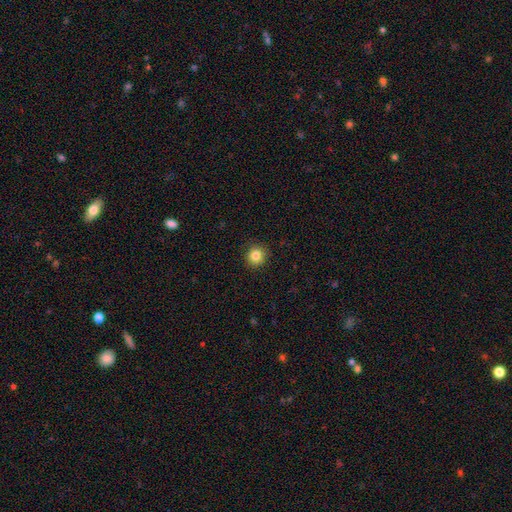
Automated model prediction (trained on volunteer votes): A smooth galaxy with no disk features (83%) that is round (93%).

Vote fractions:
- Smooth or featured? smooth: 83% / star or artifact: 11% / featured or disk: 6%
- How rounded? round: 93% / in between: 6% / cigar-shaped: 1%
- Merging? none: 91% / minor disturbance: 6% / major disturbance: 2% / merger: 1%